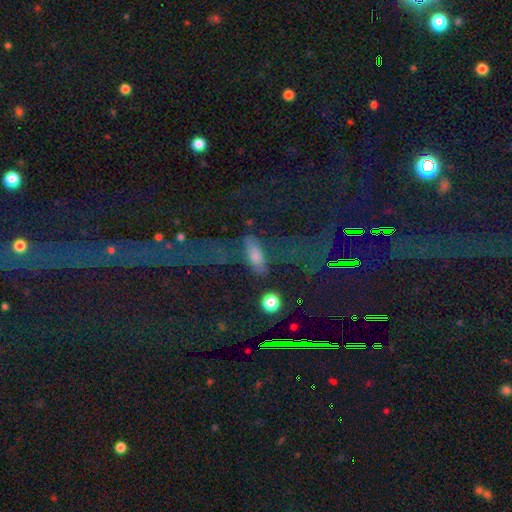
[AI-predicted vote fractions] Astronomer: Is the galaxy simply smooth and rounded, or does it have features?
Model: smooth — 57%.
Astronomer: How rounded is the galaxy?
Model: in between — 49% (runner-up: cigar-shaped, 40%).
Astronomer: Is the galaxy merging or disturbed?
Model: none — 57%.